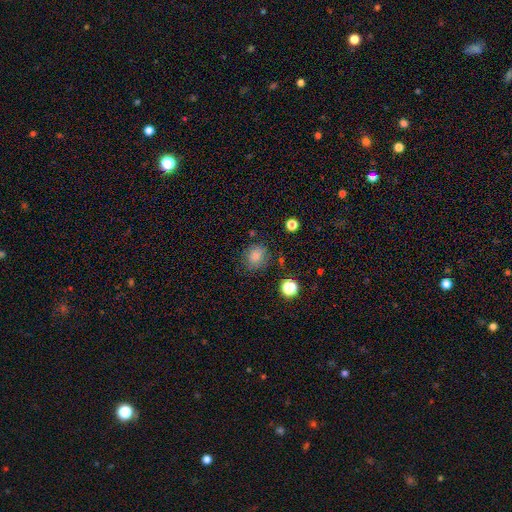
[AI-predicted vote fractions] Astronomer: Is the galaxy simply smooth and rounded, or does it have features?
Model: smooth — 77%.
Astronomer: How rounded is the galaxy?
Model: round — 71%.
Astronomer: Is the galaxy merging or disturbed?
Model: none — 76%.